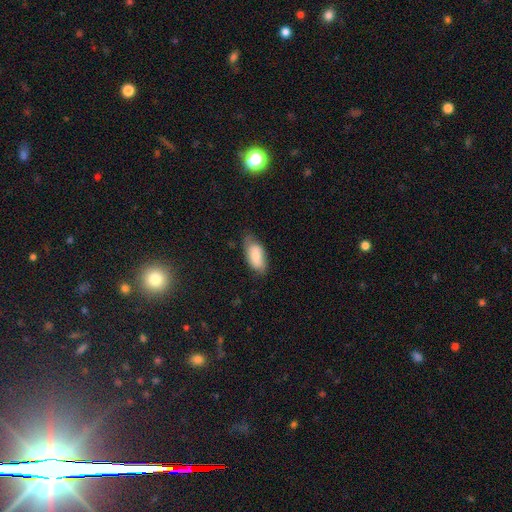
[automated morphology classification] Smooth or featured? Predicted: smooth (p=0.77). How rounded? Predicted: in between (p=0.91). Merging? Predicted: none (p=0.61).